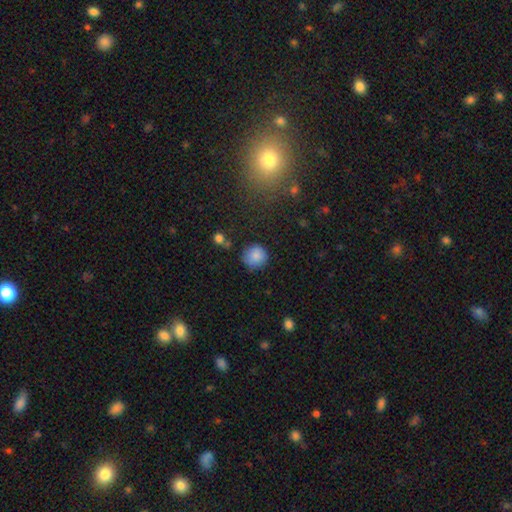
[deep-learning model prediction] Overall: smooth (84%). How rounded: round (91%). Merging: none (76%).